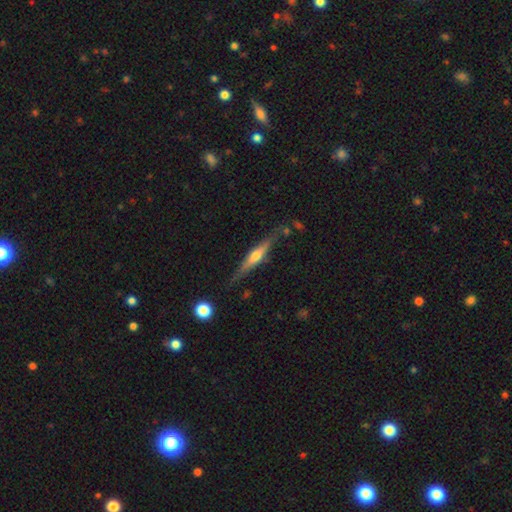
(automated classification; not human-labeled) Smooth or featured? featured or disk (65%)
Edge-on disk? yes (95%)
Edge-on bulge? rounded (87%)
Merging? none (79%)